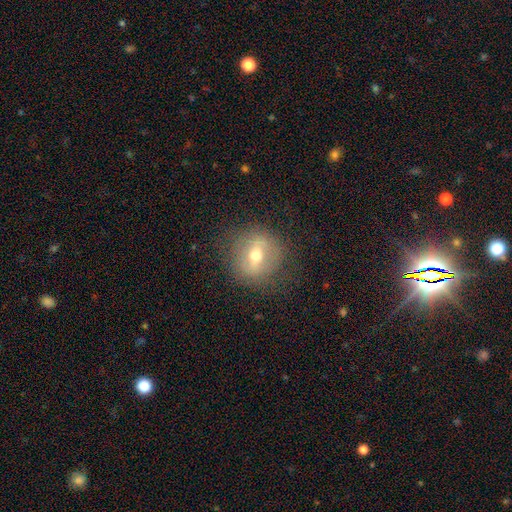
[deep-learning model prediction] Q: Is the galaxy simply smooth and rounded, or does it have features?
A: featured or disk — 56%.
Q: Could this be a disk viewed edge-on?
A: no — 80%.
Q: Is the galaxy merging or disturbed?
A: none — 82%.